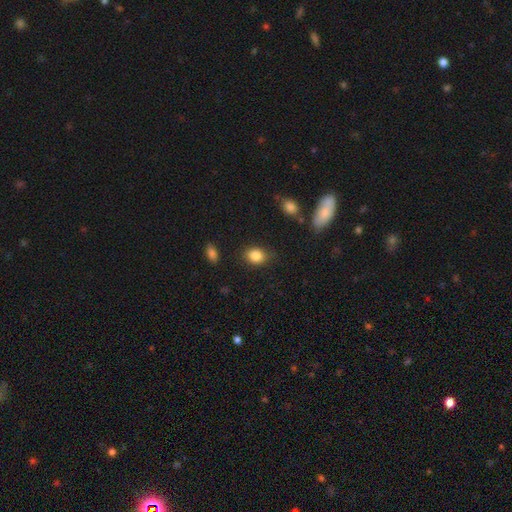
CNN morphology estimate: Smooth or featured? smooth (85%)
How rounded? in between (51%)
Merging? none (80%)